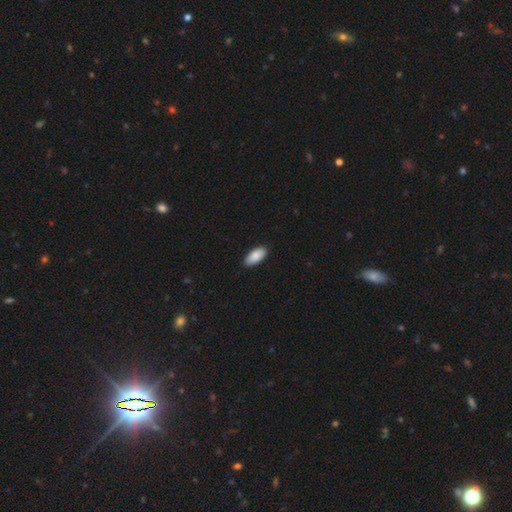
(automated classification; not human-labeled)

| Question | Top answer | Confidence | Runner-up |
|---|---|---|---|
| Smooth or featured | smooth | 86% | featured or disk (8%) |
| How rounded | in between | 92% | cigar-shaped (6%) |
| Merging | none | 87% | minor disturbance (10%) |